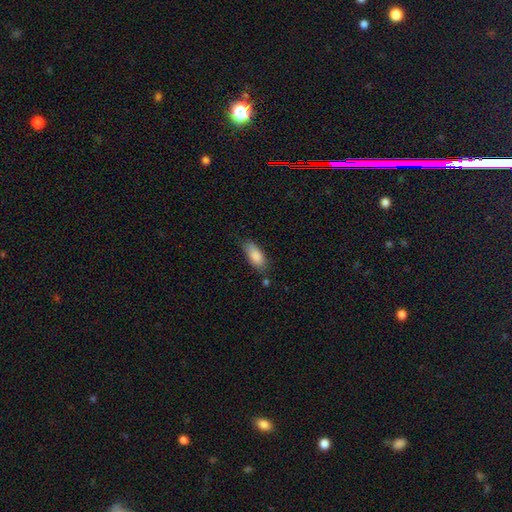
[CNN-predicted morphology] A smooth galaxy with no disk features (87%) that is in between round and cigar-shaped (83%). Merging: none (67%).